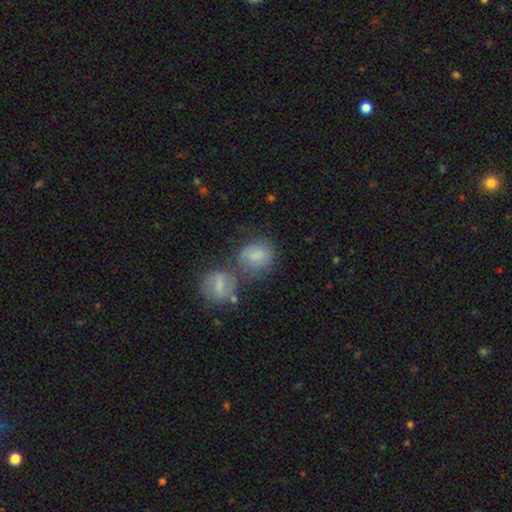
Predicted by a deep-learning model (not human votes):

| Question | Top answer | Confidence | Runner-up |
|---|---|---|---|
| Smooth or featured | smooth | 70% | featured or disk (21%) |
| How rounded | round | 64% | in between (34%) |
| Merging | none | 42% | merger (34%) |